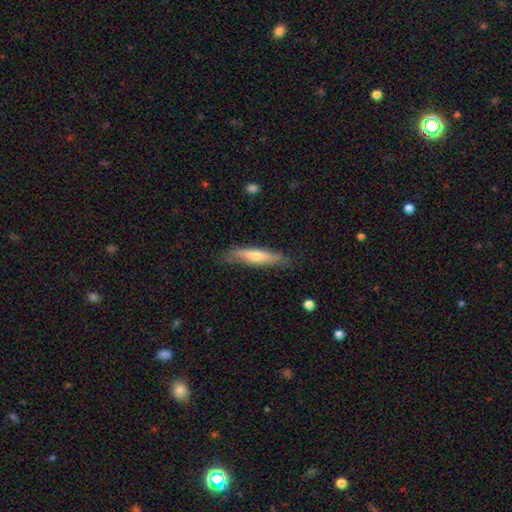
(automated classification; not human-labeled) Smooth or featured: smooth — 49% (featured or disk — 45%)
Merging: none — 77% (minor disturbance — 18%)